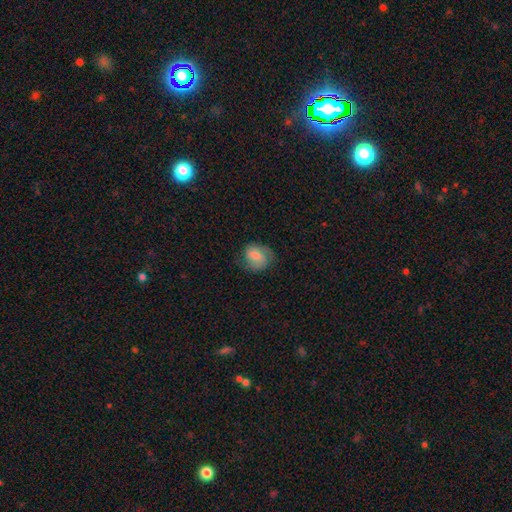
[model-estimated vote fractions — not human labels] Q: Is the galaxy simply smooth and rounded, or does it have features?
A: smooth — 61%.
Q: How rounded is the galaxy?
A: round — 56%.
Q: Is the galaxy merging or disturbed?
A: none — 66%.